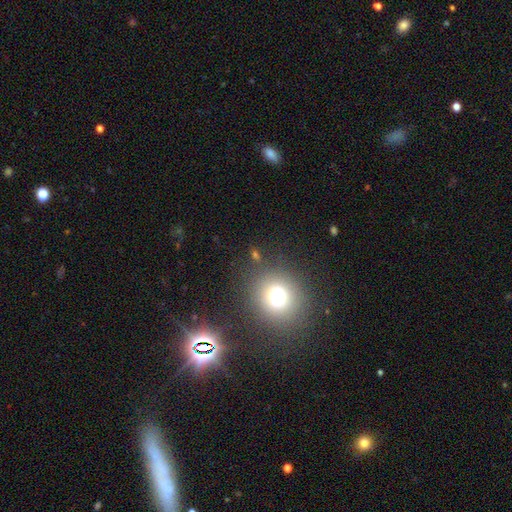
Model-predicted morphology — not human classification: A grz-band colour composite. It shows a smooth galaxy with no disk features (52%) that is round (81%). Merging: none (81%).